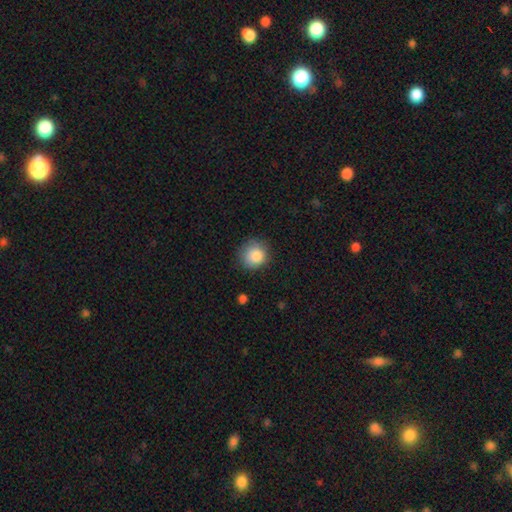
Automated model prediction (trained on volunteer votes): The model was most divided on "merging": none: 80%, minor disturbance: 16%, major disturbance: 3%, merger: 1%. More confident: how rounded — round (89%); smooth or featured — smooth (86%).